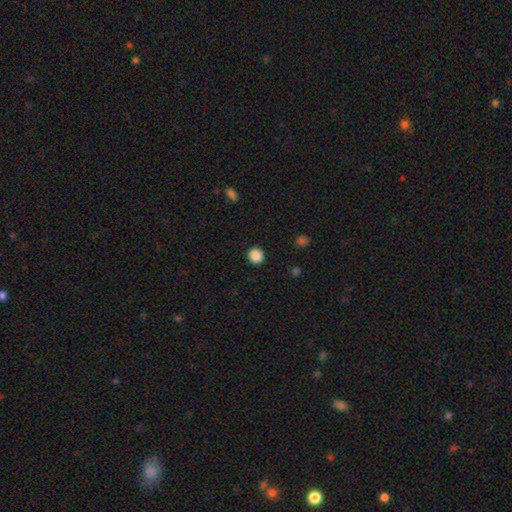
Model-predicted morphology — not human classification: type=smooth (88%); roundness=round (90%); merging=none (91%).